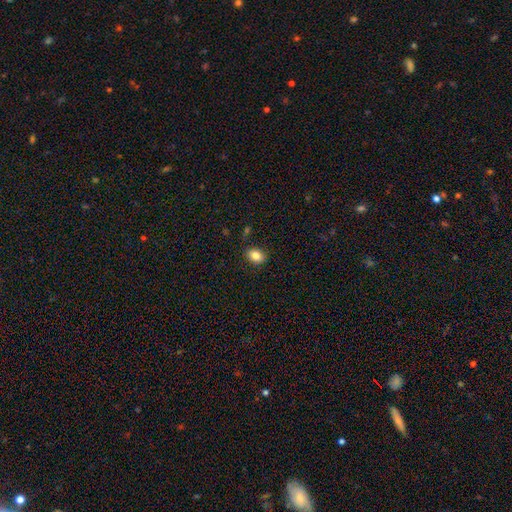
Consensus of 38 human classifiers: A smooth galaxy with no disk features (89%) that is in between round and cigar-shaped (65%).

Vote fractions:
- Smooth or featured? smooth: 89% / featured or disk: 5% / star or artifact: 5%
- How rounded? in between: 65% / round: 35% / cigar-shaped: 0%
- Merging? none: 94% / minor disturbance: 3% / major disturbance: 3% / merger: 0%